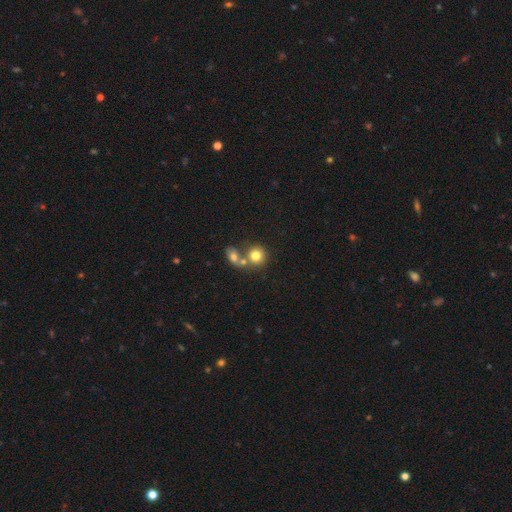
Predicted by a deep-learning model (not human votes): Smooth or featured: smooth — 77% (featured or disk — 12%)
How rounded: round — 83% (in between — 16%)
Merging: none — 46% (merger — 42%)